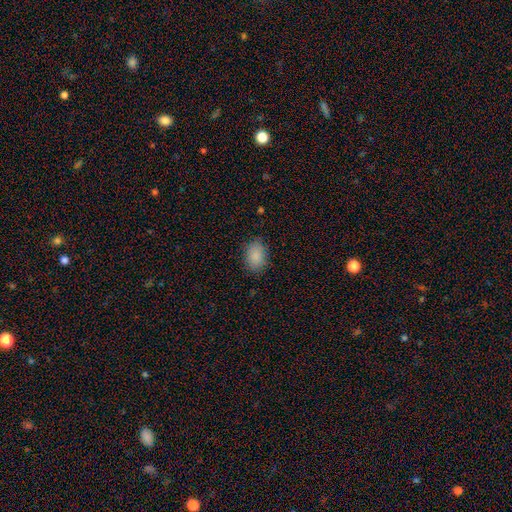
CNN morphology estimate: This is clearly a smooth galaxy (88%). How rounded: clearly in between (84%). Merging: clearly none (84%).